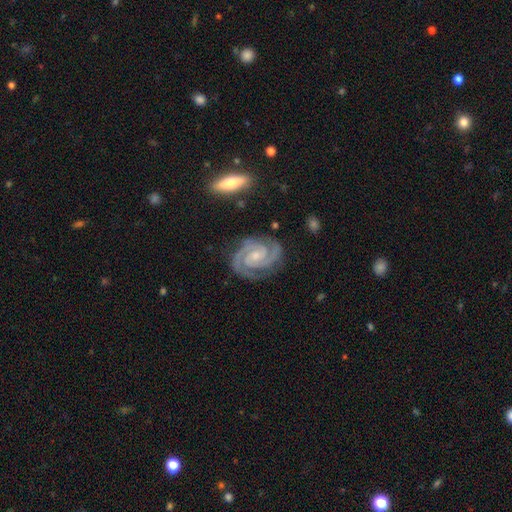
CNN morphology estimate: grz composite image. It shows a featured or disk galaxy (93%) with no bar (52%), 2 (85%) tight (70%) spiral arms (99%) and a small central bulge (62%). Merging: none (82%).